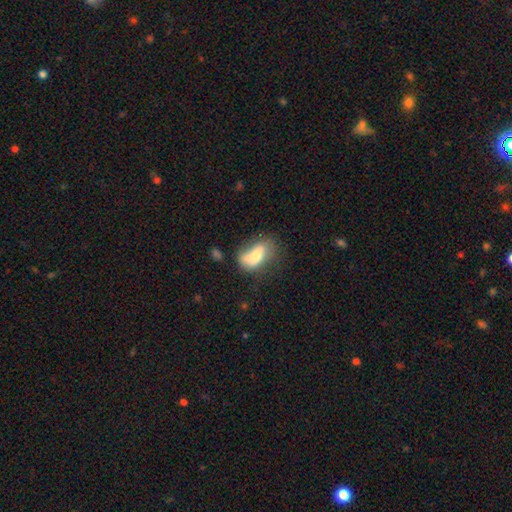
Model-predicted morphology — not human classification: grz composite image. It shows a smooth galaxy with no disk features (62%) that is in between round and cigar-shaped (85%). Merging: none (37%).